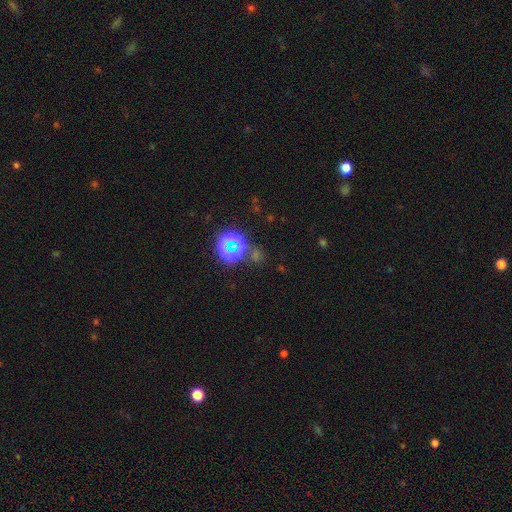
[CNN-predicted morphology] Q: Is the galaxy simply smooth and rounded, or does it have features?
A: star or artifact — 66%.